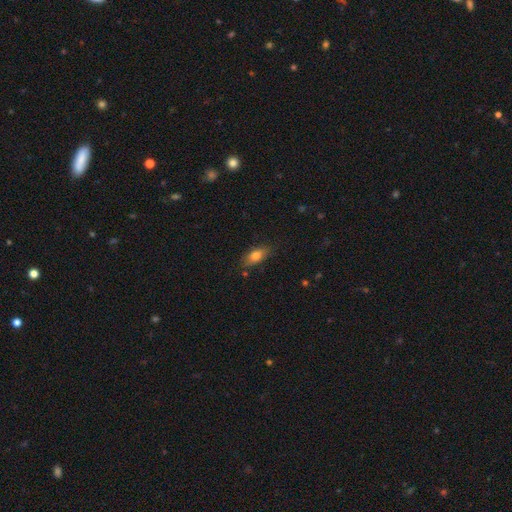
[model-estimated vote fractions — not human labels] A smooth galaxy with no disk features (76%) that is in between round and cigar-shaped (82%).

Vote fractions:
- Smooth or featured? smooth: 76% / featured or disk: 16% / star or artifact: 9%
- How rounded? in between: 82% / cigar-shaped: 11% / round: 6%
- Merging? none: 79% / minor disturbance: 16% / major disturbance: 3% / merger: 2%